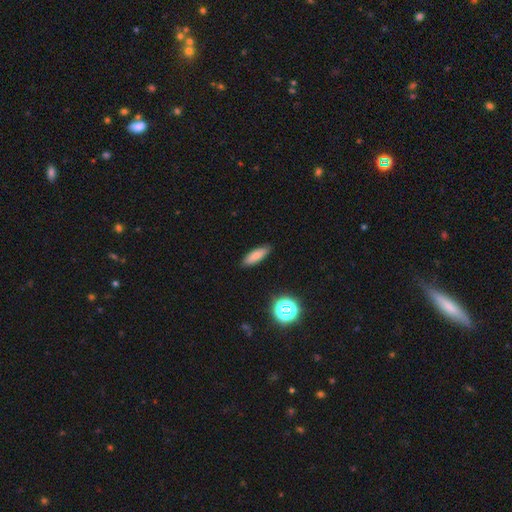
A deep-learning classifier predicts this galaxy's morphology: A smooth galaxy with no disk features (77%) that is in between round and cigar-shaped (56%).

Vote fractions:
- Smooth or featured? smooth: 77% / featured or disk: 14% / star or artifact: 10%
- How rounded? in between: 56% / cigar-shaped: 41% / round: 3%
- Merging? none: 87% / minor disturbance: 10% / major disturbance: 2% / merger: 1%